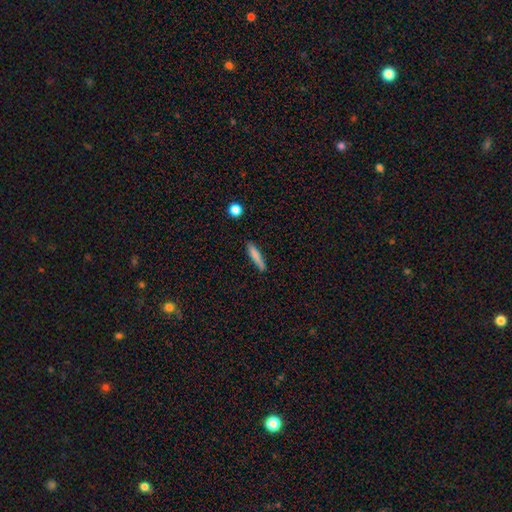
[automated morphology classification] smooth 78%, featured or disk 15%, star or artifact 7%. Down the decision tree: how rounded — cigar-shaped (89%); merging — none (80%).